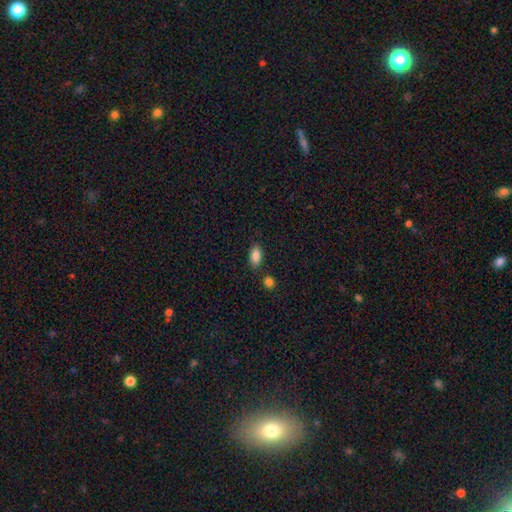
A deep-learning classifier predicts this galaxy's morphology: This appears to be a smooth galaxy with no disk features (86%) that is in between round and cigar-shaped (88%). Merging: none (78%).